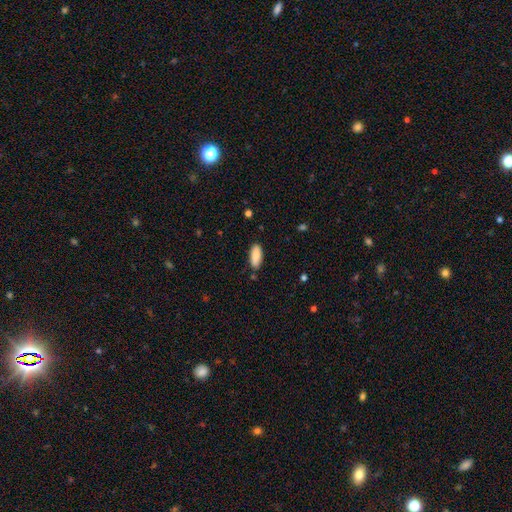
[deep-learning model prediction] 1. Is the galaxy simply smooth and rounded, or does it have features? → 88% smooth, 6% featured or disk, 6% star or artifact.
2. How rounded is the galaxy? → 78% in between, 20% cigar-shaped, 2% round.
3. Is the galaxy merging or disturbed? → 84% none, 12% minor disturbance, 2% major disturbance, 2% merger.